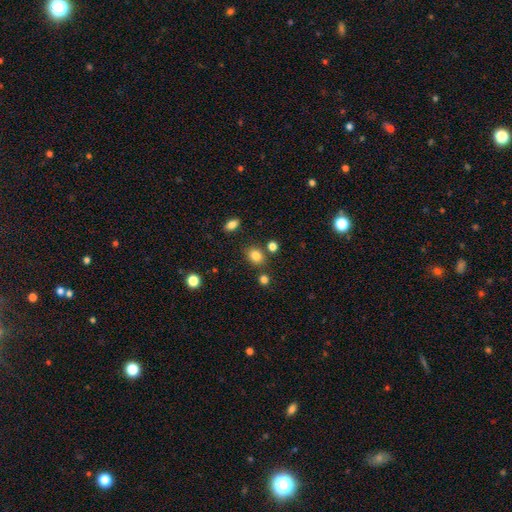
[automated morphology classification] Smooth or featured? Predicted: smooth (p=0.82). How rounded? Predicted: round (p=0.51). Merging? Predicted: none (p=0.78).